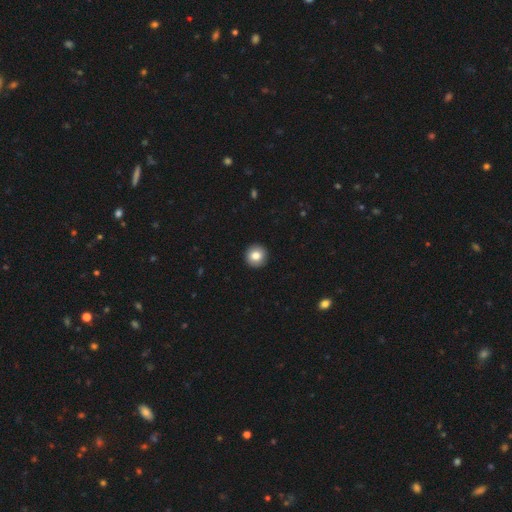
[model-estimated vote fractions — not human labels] A smooth galaxy with no disk features (82%) that is round (95%). Merging: none (93%).